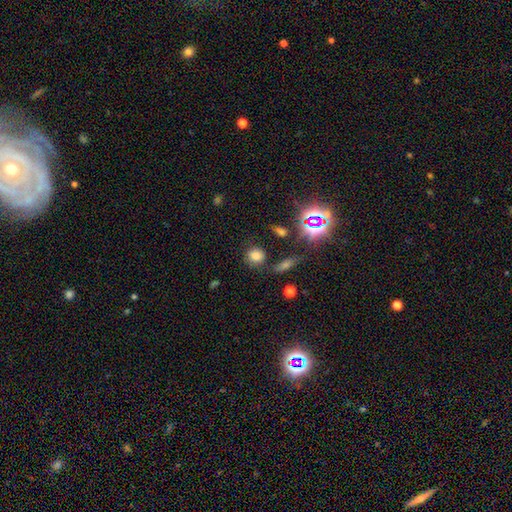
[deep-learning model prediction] Smooth or featured? Predicted: smooth (p=0.73). How rounded? Predicted: round (p=0.71). Merging? Predicted: none (p=0.76).